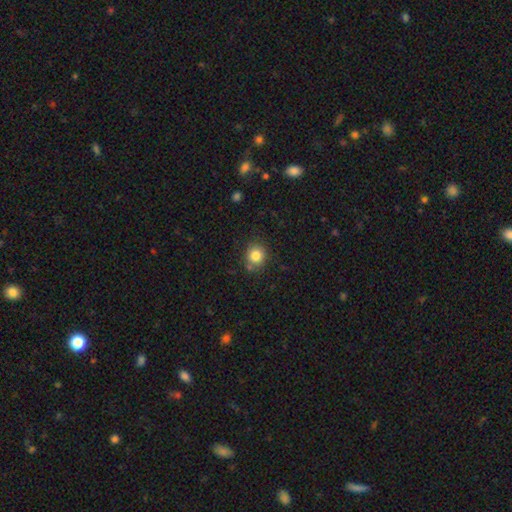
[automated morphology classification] Overall: smooth (82%). How rounded: round (86%). Merging: none (80%).